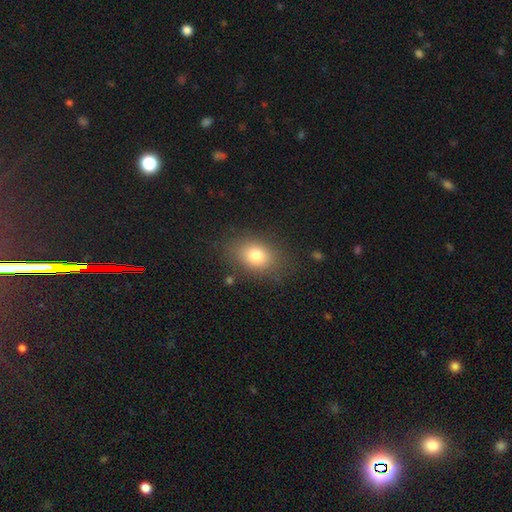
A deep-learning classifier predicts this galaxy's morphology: Smooth or featured?
  - smooth: 78% *
  - star or artifact: 11%
  - featured or disk: 11%
How rounded?
  - in between: 64% *
  - round: 34%
  - cigar-shaped: 1%
Merging?
  - none: 80% *
  - minor disturbance: 13%
  - major disturbance: 5%
  - merger: 2%